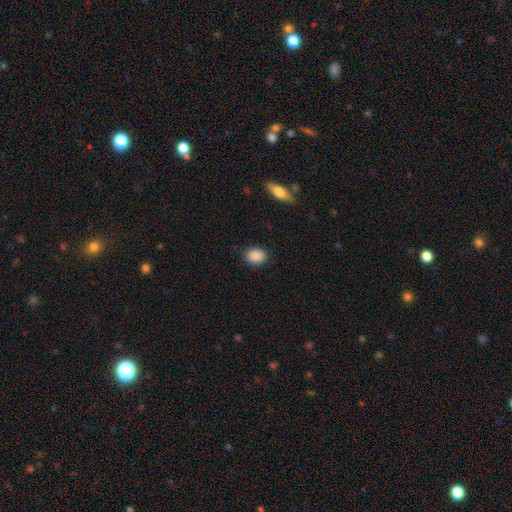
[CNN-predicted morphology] type=smooth (89%); roundness=in between (66%); merging=none (86%).